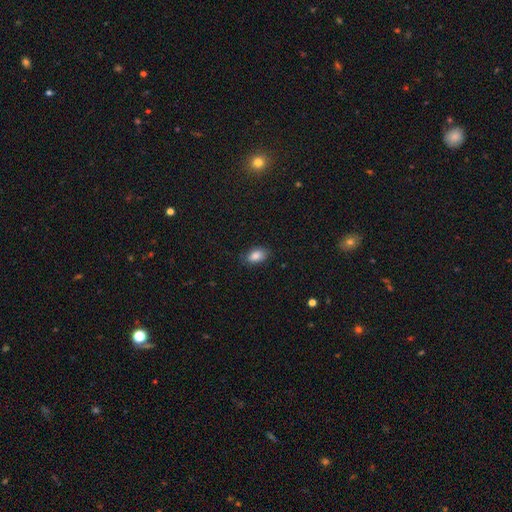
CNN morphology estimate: Smooth or featured? smooth (86%)
How rounded? in between (89%)
Merging? none (82%)